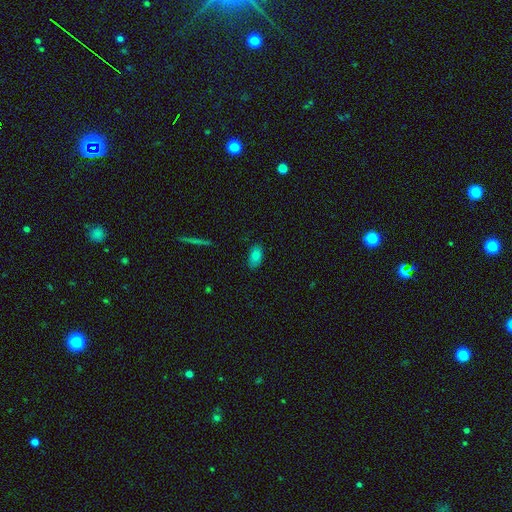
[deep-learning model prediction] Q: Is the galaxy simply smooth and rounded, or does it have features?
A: smooth — 83%.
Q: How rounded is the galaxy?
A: in between — 91%.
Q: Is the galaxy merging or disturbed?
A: none — 81%.